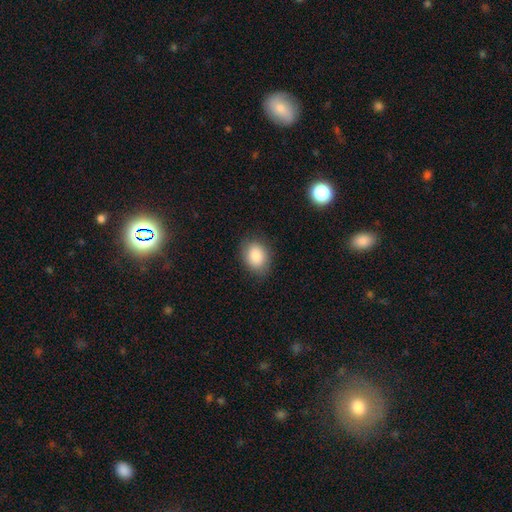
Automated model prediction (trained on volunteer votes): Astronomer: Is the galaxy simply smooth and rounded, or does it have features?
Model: smooth — 87%.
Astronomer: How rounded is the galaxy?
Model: in between — 67%.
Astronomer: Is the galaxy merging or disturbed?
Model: none — 84%.